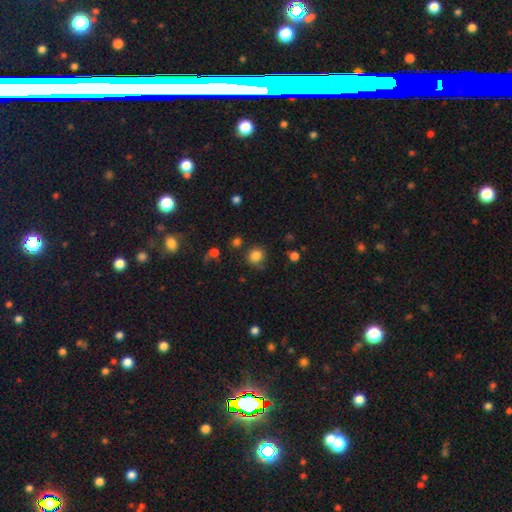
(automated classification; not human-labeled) This appears to be a smooth galaxy with no disk features (83%) that is round (85%). Merging: none (75%).